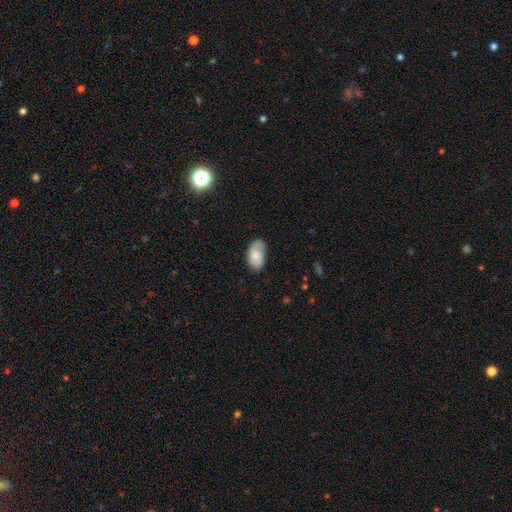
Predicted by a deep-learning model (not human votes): Overall: smooth (64%; featured or disk 30%). How rounded: in between (93%). Merging: none (70%).